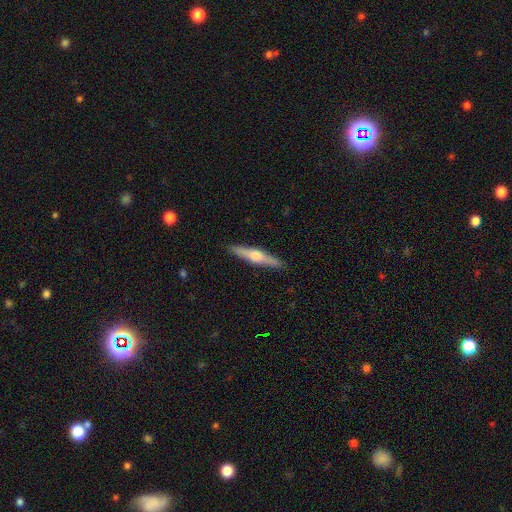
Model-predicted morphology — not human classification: Overall: featured or disk (60%; smooth 34%). Edge-on disk: yes (96%). Edge-on bulge: rounded (92%). Merging: none (91%).